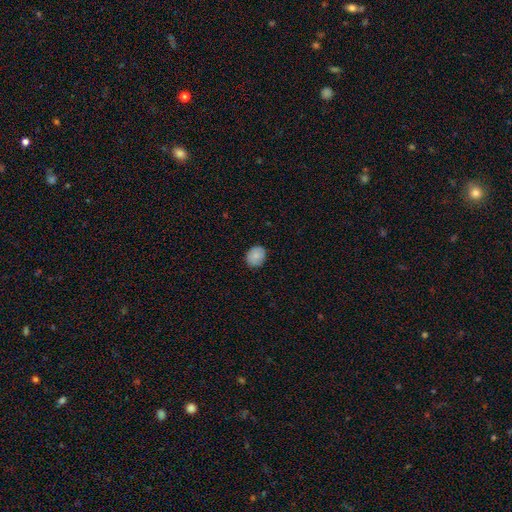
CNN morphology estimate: smooth 84%, featured or disk 9%, star or artifact 7%. Down the decision tree: how rounded — round (60%); merging — none (87%).